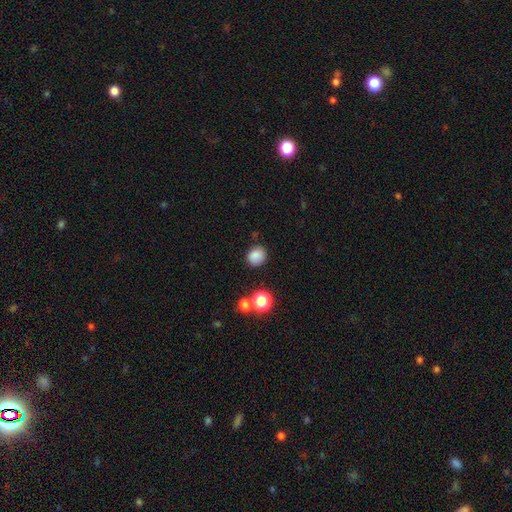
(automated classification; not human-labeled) Smooth or featured? smooth (84%)
How rounded? round (76%)
Merging? none (81%)